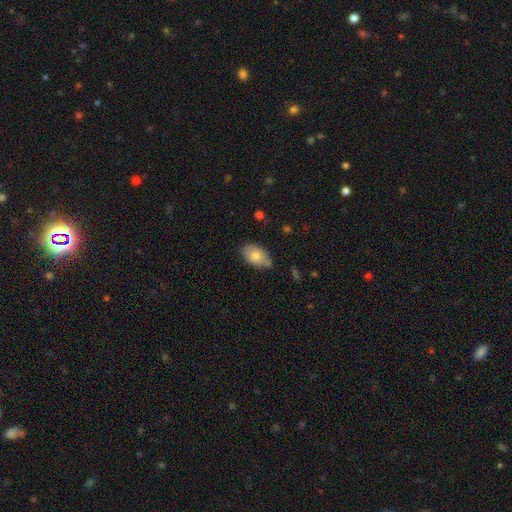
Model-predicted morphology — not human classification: The model was most divided on "merging": none: 75%, minor disturbance: 20%, major disturbance: 3%, merger: 2%. More confident: how rounded — in between (92%); smooth or featured — smooth (80%).